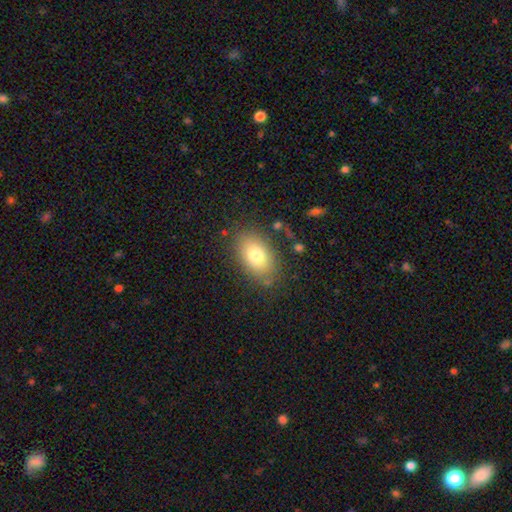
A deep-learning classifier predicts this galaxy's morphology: type=smooth (77%); roundness=in between (88%); merging=none (81%).